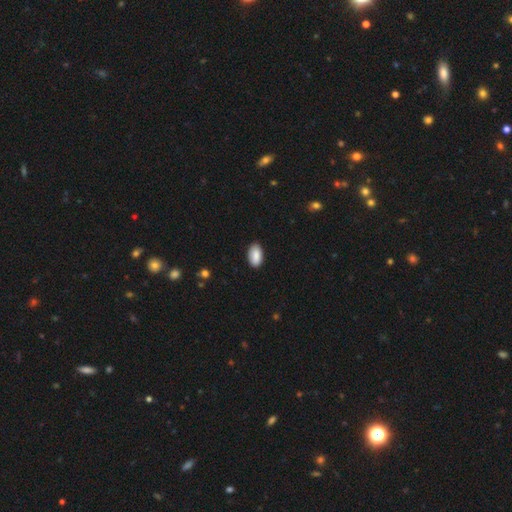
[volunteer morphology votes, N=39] Volunteers were most divided on "merging": none: 70%, minor disturbance: 22%, major disturbance: 5%, merger: 3%. More confident: smooth or featured — smooth (92%); how rounded — in between (86%).